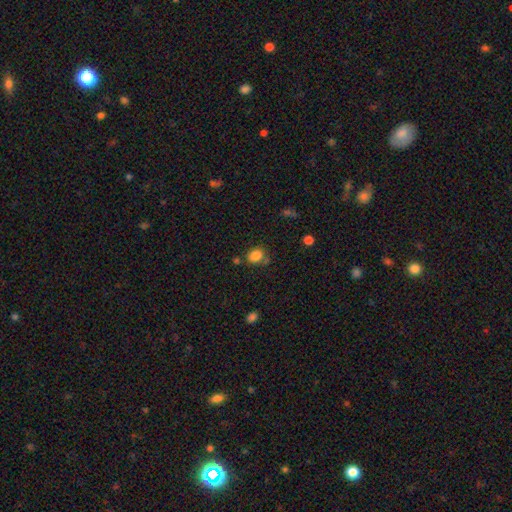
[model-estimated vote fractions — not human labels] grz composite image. It shows a smooth galaxy with no disk features (84%) that is in between round and cigar-shaped (56%). Merging: none (66%).